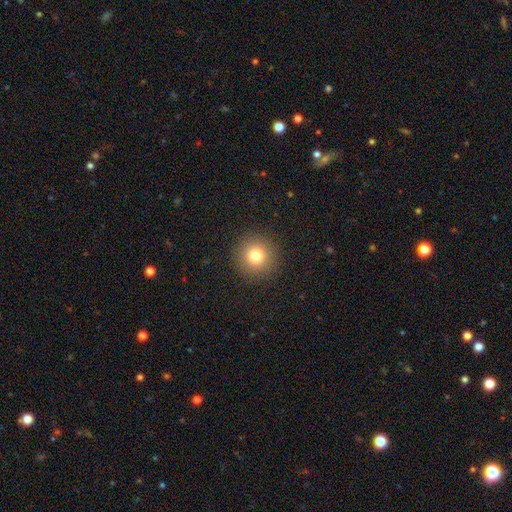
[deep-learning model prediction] A smooth galaxy with no disk features (79%) that is round (96%). Merging: none (92%).